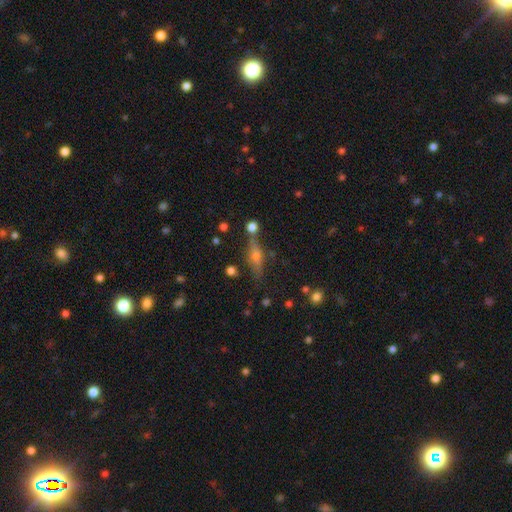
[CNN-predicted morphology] Overall: featured or disk (59%; smooth 27%). Edge-on disk: yes (91%). Edge-on bulge: rounded (85%). Merging: none (76%).